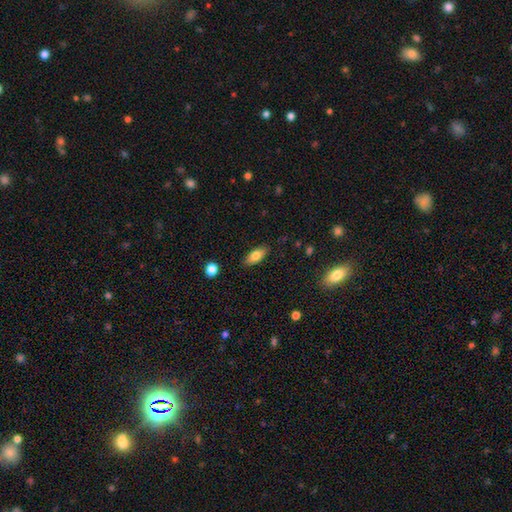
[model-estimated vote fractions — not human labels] Smooth or featured? smooth (80%)
How rounded? in between (85%)
Merging? none (86%)